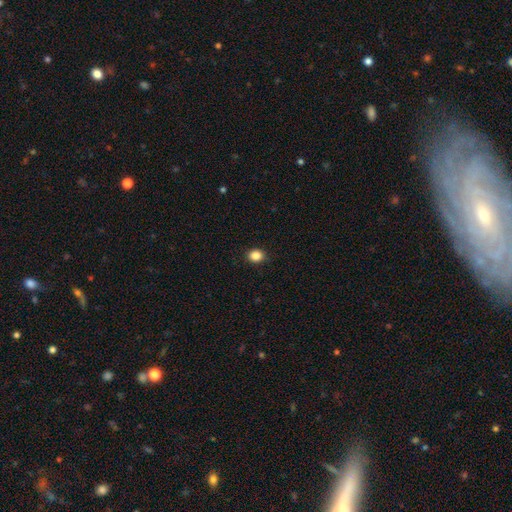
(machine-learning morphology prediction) smooth-or-featured: smooth: 86% | star or artifact: 11% | featured or disk: 4%
  how-rounded: round: 68% | in between: 31% | cigar-shaped: 1%
  merging: none: 91% | minor disturbance: 7% | major disturbance: 2% | merger: 1%